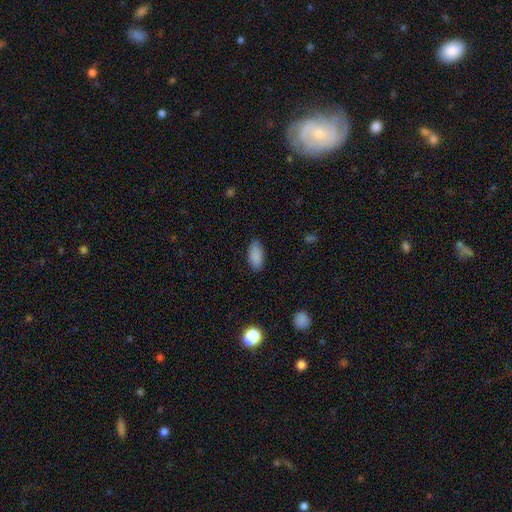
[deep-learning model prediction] Smooth or featured? Predicted: smooth (p=0.88). How rounded? Predicted: in between (p=0.90). Merging? Predicted: none (p=0.84).